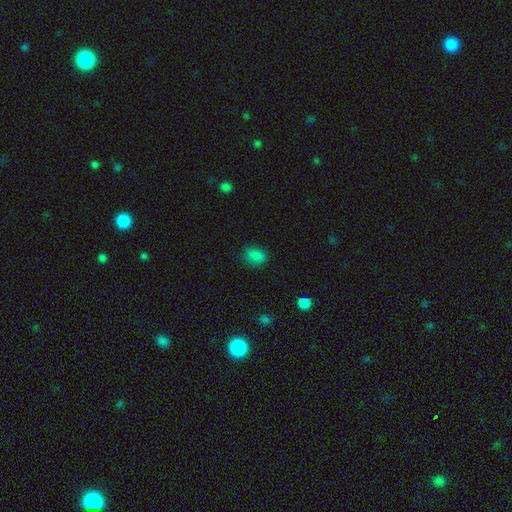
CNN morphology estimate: smooth 83%, star or artifact 13%, featured or disk 4%. Down the decision tree: how rounded — in between (70%); merging — none (79%).